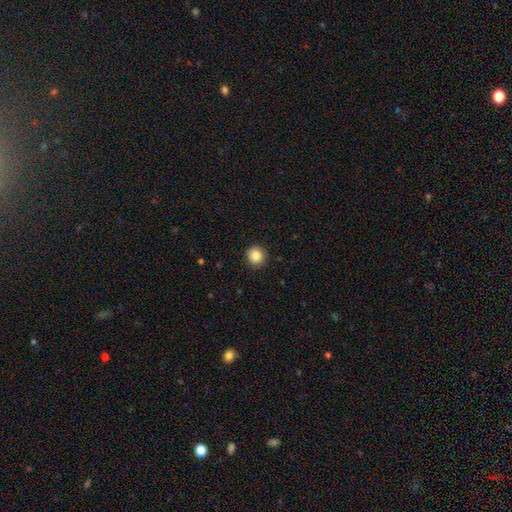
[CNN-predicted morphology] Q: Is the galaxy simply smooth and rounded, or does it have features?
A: smooth — 87%.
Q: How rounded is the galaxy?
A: round — 92%.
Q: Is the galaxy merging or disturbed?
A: none — 90%.